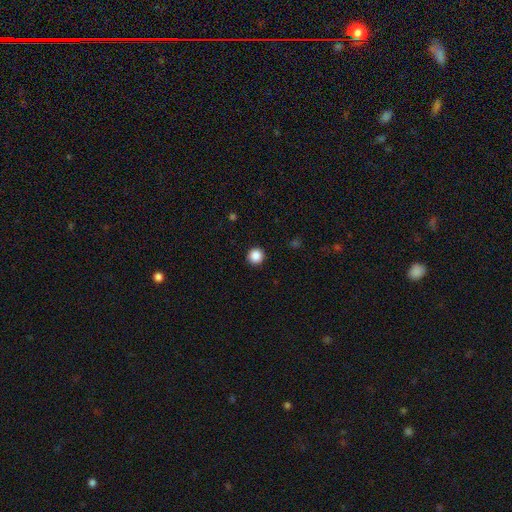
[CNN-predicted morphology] smooth 87%, star or artifact 10%, featured or disk 3%. Down the decision tree: how rounded — round (96%); merging — none (93%).